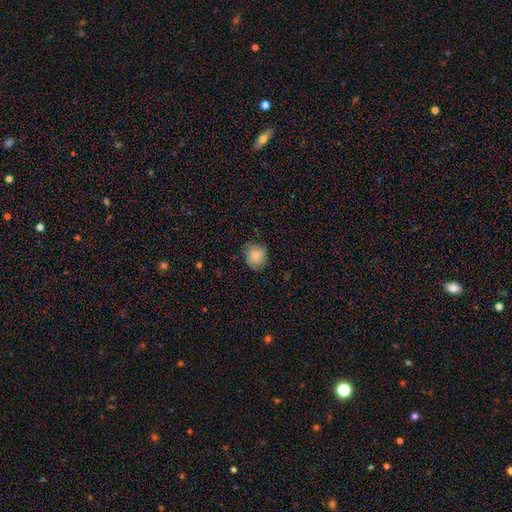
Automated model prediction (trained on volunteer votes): smooth 78%, featured or disk 13%, star or artifact 9%. Down the decision tree: how rounded — round (75%); merging — none (74%).